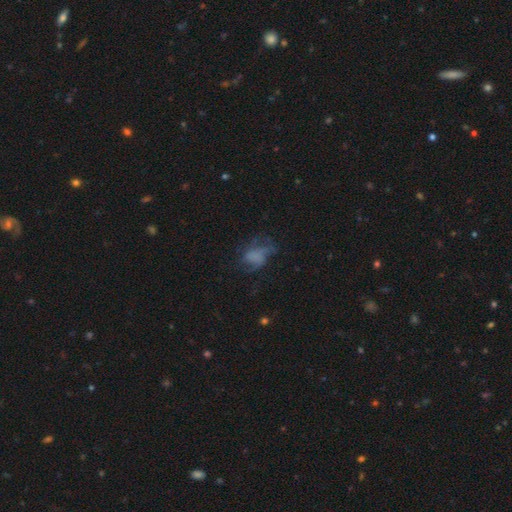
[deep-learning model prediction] smooth_or_featured: featured or disk (p=0.49) [alt: smooth p=0.36]
merging: none (p=0.39) [alt: major disturbance p=0.37]